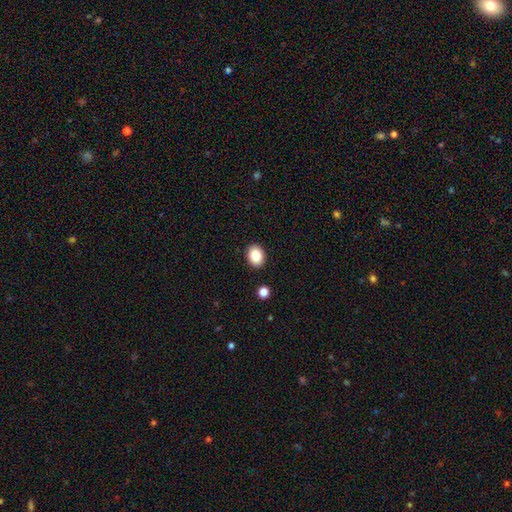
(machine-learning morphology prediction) Smooth or featured? smooth (88%)
How rounded? in between (62%)
Merging? none (90%)